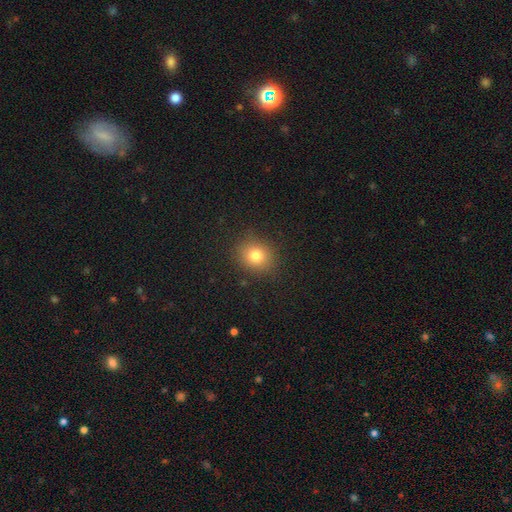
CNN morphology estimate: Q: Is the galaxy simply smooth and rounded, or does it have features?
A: smooth — 79%.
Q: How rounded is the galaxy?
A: round — 75%.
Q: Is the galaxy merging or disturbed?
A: none — 86%.